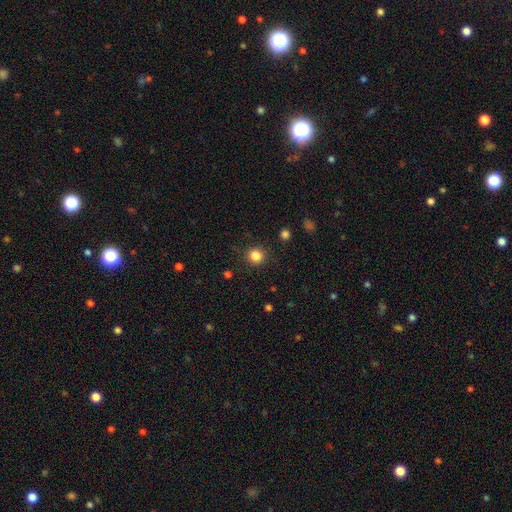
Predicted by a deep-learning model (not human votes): smooth-or-featured: smooth: 84% | star or artifact: 12% | featured or disk: 4%
  how-rounded: round: 93% | in between: 6% | cigar-shaped: 1%
  merging: none: 90% | minor disturbance: 6% | major disturbance: 2% | merger: 1%